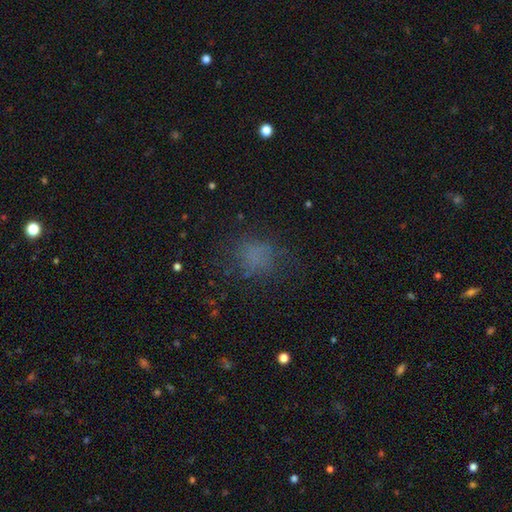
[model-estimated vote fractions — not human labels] This appears to be a smooth galaxy with no disk features (66%) that is round (61%). Merging: none (66%).